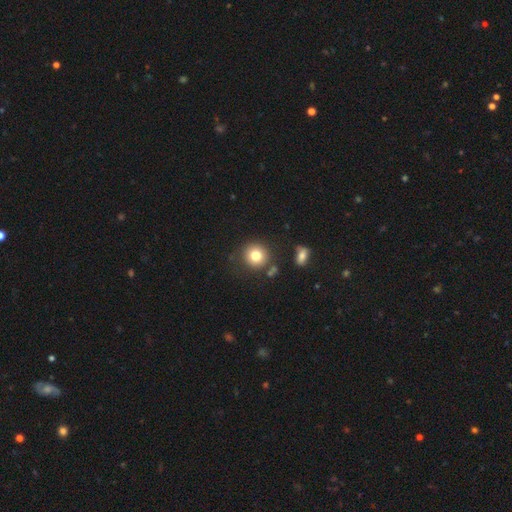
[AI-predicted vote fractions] Smooth or featured?
  - smooth: 80% *
  - star or artifact: 11%
  - featured or disk: 9%
How rounded?
  - round: 91% *
  - in between: 8%
  - cigar-shaped: 1%
Merging?
  - none: 80% *
  - minor disturbance: 10%
  - merger: 7%
  - major disturbance: 4%